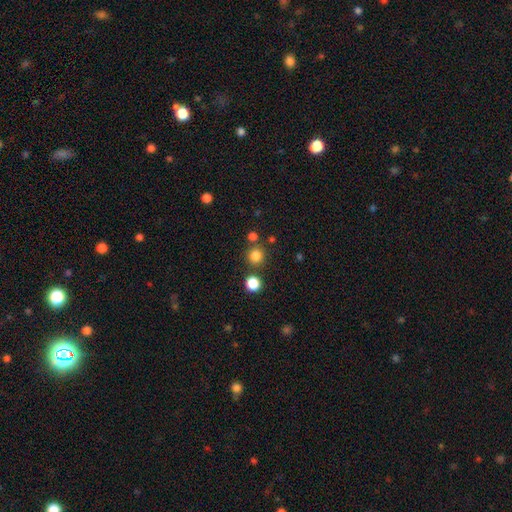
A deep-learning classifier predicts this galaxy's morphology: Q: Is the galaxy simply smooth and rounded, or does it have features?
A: smooth — 81%.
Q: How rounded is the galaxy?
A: round — 93%.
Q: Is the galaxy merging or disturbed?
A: none — 81%.